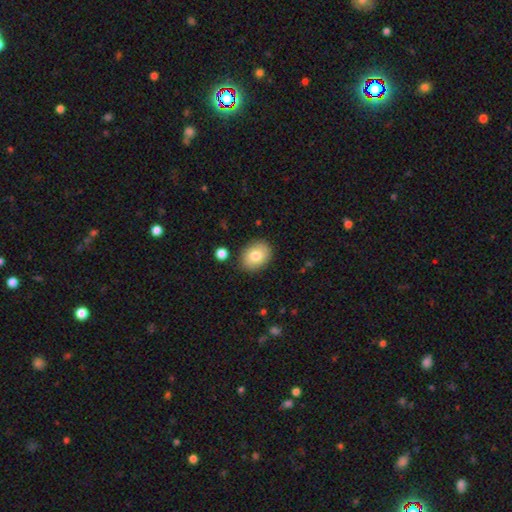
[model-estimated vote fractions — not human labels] A smooth galaxy with no disk features (79%) that is in between round and cigar-shaped (64%). Merging: none (85%).